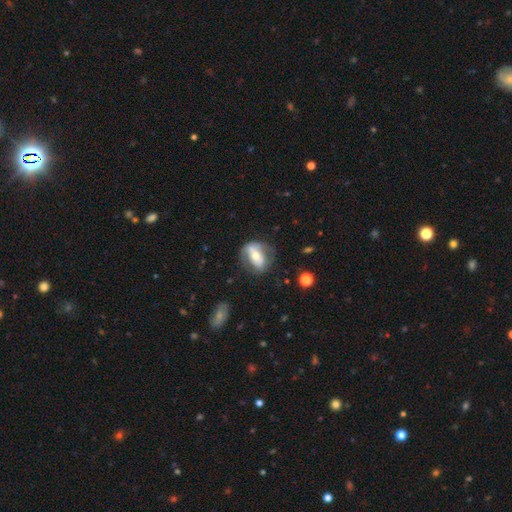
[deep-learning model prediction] Smooth or featured: featured or disk — 51% (smooth — 43%)
Edge-on disk: no — 87% (yes — 13%)
Merging: none — 59% (minor disturbance — 23%)